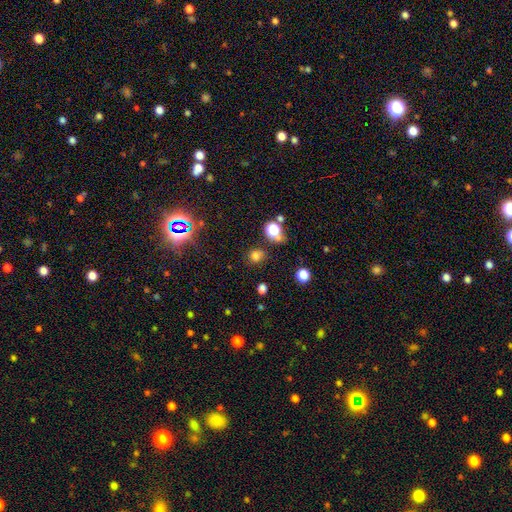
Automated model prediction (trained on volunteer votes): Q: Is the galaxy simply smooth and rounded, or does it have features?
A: smooth — 69%.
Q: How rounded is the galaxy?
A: round — 83%.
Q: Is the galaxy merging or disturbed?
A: none — 79%.